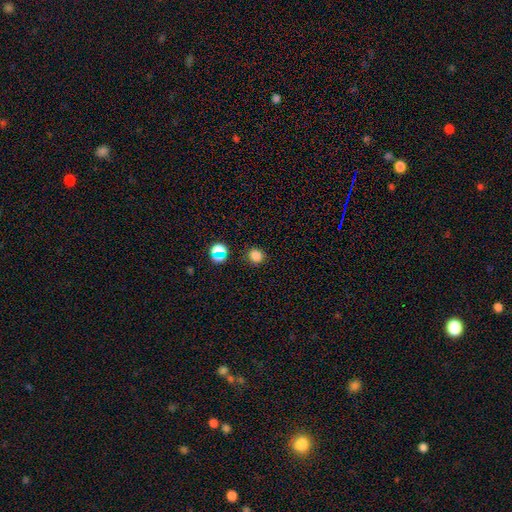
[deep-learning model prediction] Overall: smooth (79%). How rounded: round (84%). Merging: none (86%).